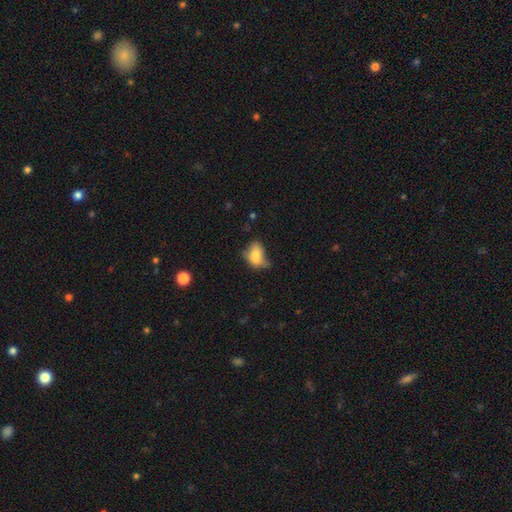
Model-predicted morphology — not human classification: smooth_or_featured: smooth (p=0.68) [alt: featured or disk p=0.21]
how_rounded: in between (p=0.79) [alt: round p=0.19]
merging: none (p=0.28) [tied with: minor disturbance p=0.28]